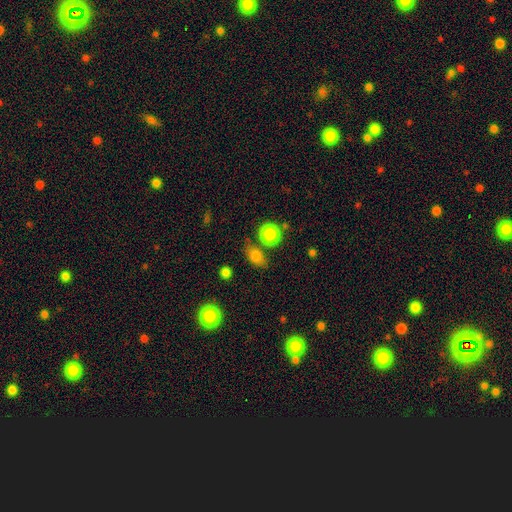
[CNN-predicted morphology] type=smooth (79%); roundness=in between (65%); merging=none (70%).